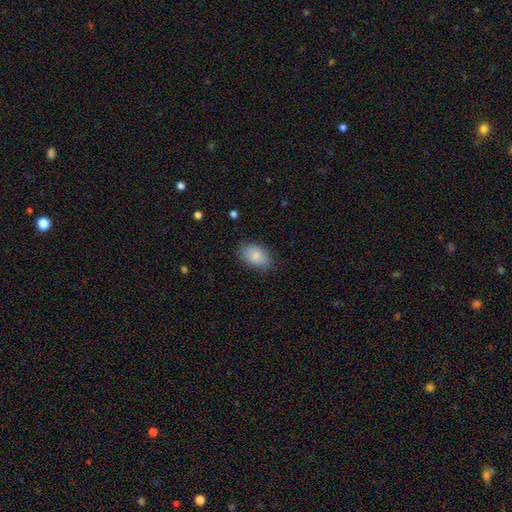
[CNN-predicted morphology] Smooth or featured: smooth — 82% (featured or disk — 11%)
How rounded: in between — 88% (round — 11%)
Merging: none — 77% (minor disturbance — 18%)